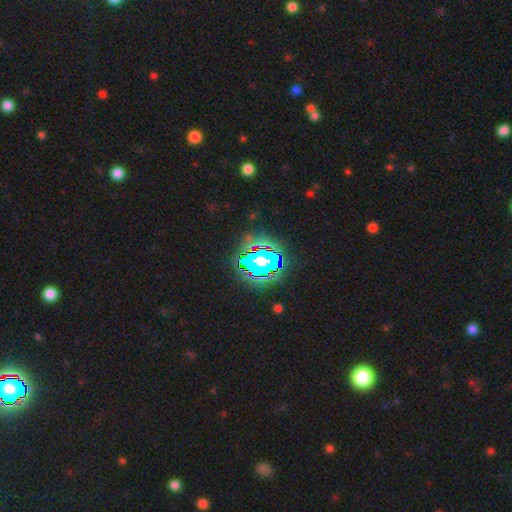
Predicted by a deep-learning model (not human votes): This appears to be a star or artifact, not a galaxy (82%).